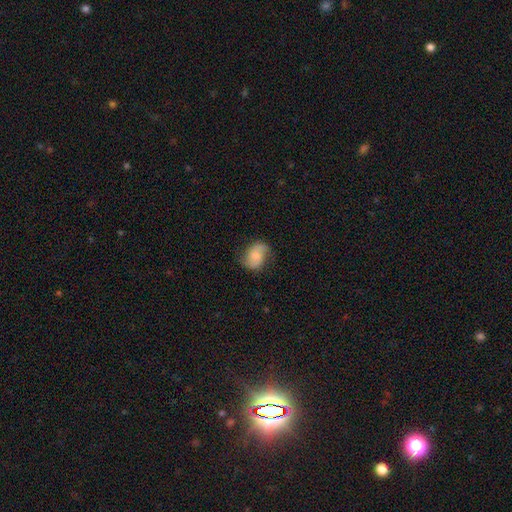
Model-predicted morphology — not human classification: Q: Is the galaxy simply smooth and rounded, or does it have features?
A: featured or disk — 51%.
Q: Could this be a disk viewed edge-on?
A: no — 97%.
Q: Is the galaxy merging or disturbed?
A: none — 72%.